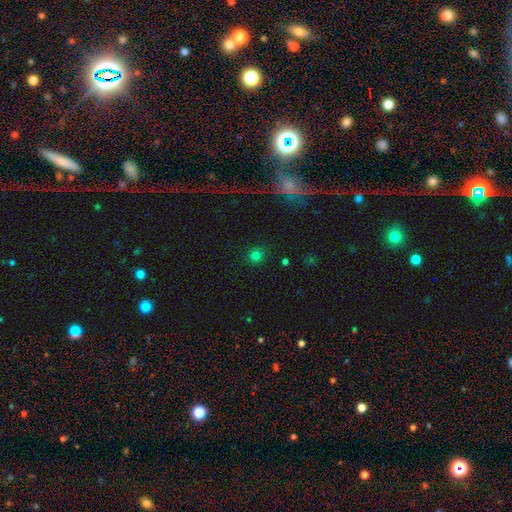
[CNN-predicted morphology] The model was most divided on "smooth or featured": smooth: 75%, star or artifact: 20%, featured or disk: 5%. More confident: how rounded — round (91%); merging — none (90%).